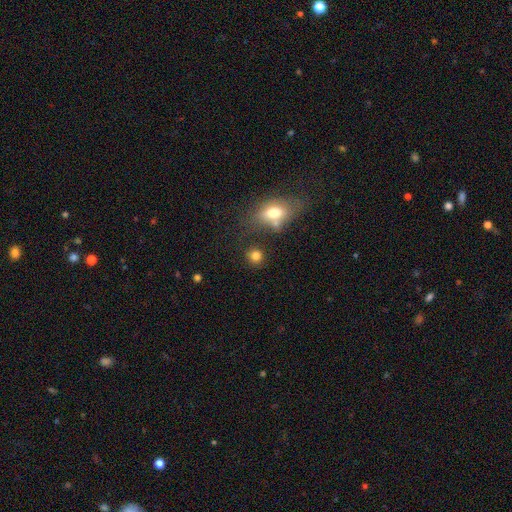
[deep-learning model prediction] Q: Smooth or featured?
A: smooth (81%); runner-up: star or artifact (12%)
Q: How rounded?
A: round (84%); runner-up: in between (15%)
Q: Merging?
A: none (78%); runner-up: minor disturbance (9%)